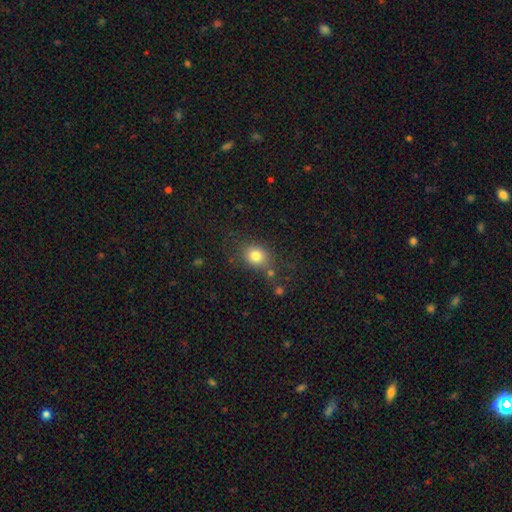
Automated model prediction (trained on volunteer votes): smooth 80%, star or artifact 11%, featured or disk 9%. Down the decision tree: how rounded — round (58%); merging — none (67%).